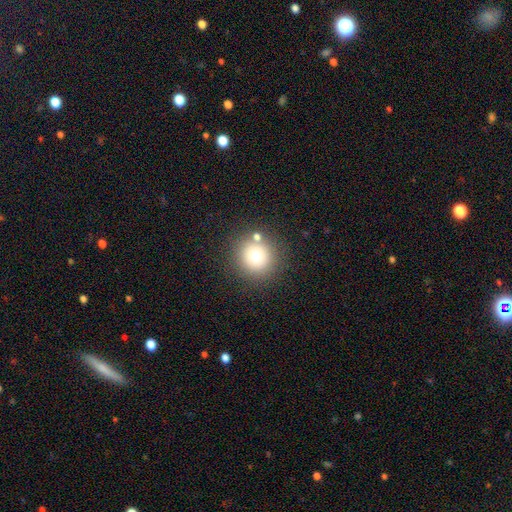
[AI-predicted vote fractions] Overall: smooth (72%). How rounded: round (94%). Merging: none (79%).